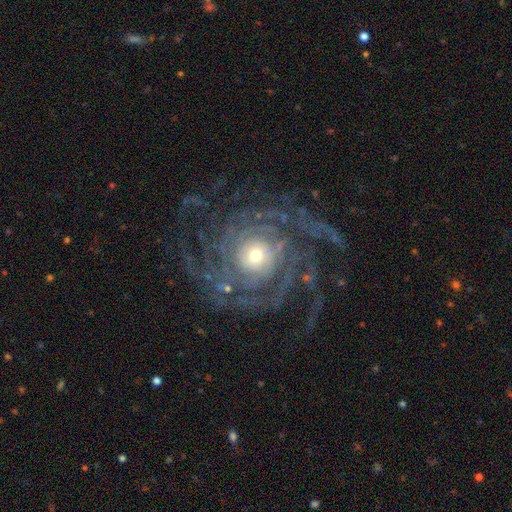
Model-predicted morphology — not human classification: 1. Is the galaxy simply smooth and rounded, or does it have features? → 89% featured or disk, 6% star or artifact, 5% smooth.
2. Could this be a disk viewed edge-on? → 97% no, 3% yes.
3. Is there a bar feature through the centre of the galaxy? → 79% no, 14% weak, 6% strong.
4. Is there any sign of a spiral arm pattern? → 97% yes, 3% no.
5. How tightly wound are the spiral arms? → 69% tight, 22% medium, 8% loose.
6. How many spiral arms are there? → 26% more than 4, 22% can't tell, 17% 4, 13% 3, 12% 2, 9% 1.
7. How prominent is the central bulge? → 46% moderate, 45% small, 7% large, 1% dominant, 1% none.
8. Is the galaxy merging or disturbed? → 70% none, 15% major disturbance, 13% minor disturbance, 2% merger.